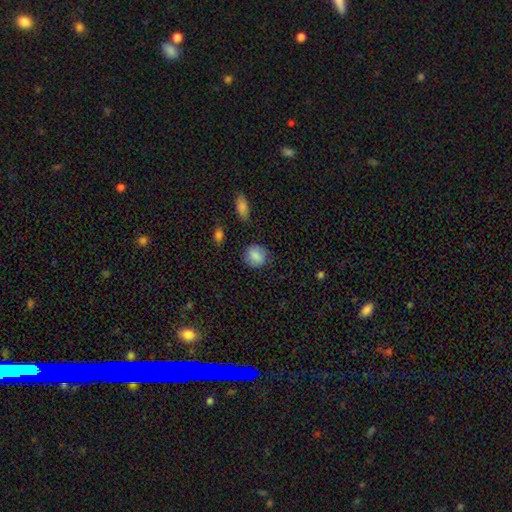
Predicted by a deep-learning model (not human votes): Smooth or featured? Predicted: smooth (p=0.85). How rounded? Predicted: round (p=0.72). Merging? Predicted: none (p=0.81).